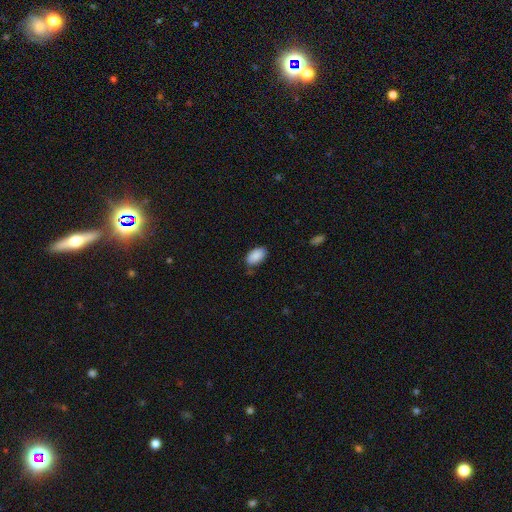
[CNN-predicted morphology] This is clearly a smooth galaxy (89%). How rounded: clearly in between (95%). Merging: likely none (78%).